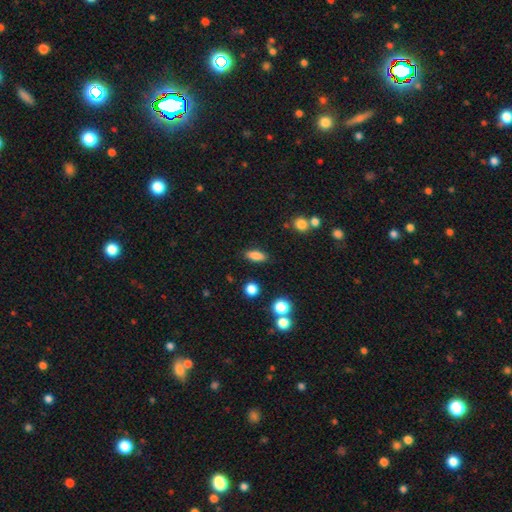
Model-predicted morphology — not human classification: A smooth galaxy with no disk features (83%) that is in between round and cigar-shaped (74%).

Vote fractions:
- Smooth or featured? smooth: 83% / star or artifact: 9% / featured or disk: 8%
- How rounded? in between: 74% / cigar-shaped: 21% / round: 5%
- Merging? none: 86% / minor disturbance: 10% / major disturbance: 3% / merger: 2%